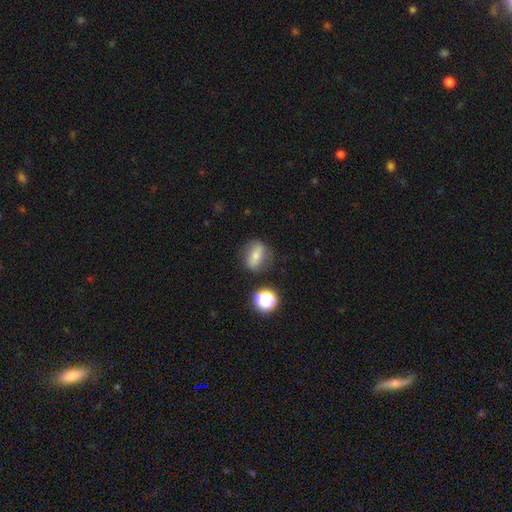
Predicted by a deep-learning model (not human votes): Q: Smooth or featured?
A: smooth (59%); runner-up: featured or disk (29%)
Q: How rounded?
A: in between (57%); runner-up: round (38%)
Q: Merging?
A: none (72%); runner-up: minor disturbance (18%)